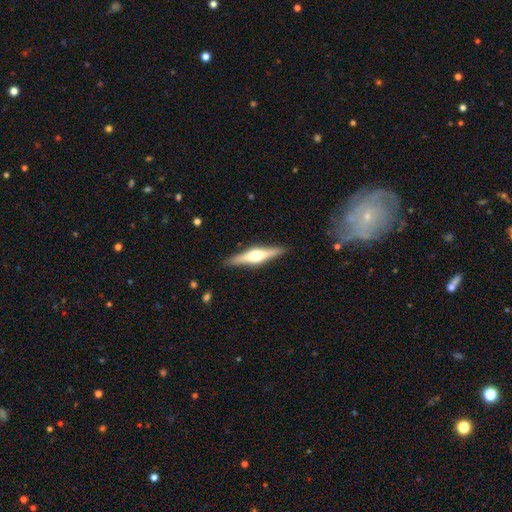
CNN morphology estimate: smooth-or-featured: featured or disk: 69% | smooth: 26% | star or artifact: 5%
  disk-edge-on: yes: 97% | no: 3%
    edge-on-bulge: rounded: 93% | boxy: 5% | none: 2%
  merging: none: 90% | minor disturbance: 7% | major disturbance: 2% | merger: 1%